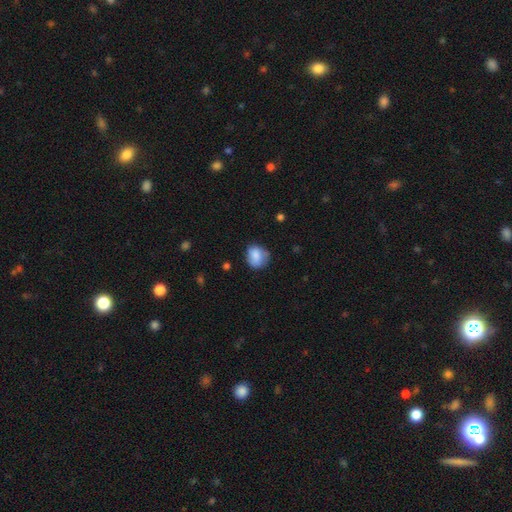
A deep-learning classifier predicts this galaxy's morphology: Q: Smooth or featured?
A: smooth (79%); runner-up: featured or disk (13%)
Q: How rounded?
A: round (70%); runner-up: in between (29%)
Q: Merging?
A: none (63%); runner-up: minor disturbance (27%)